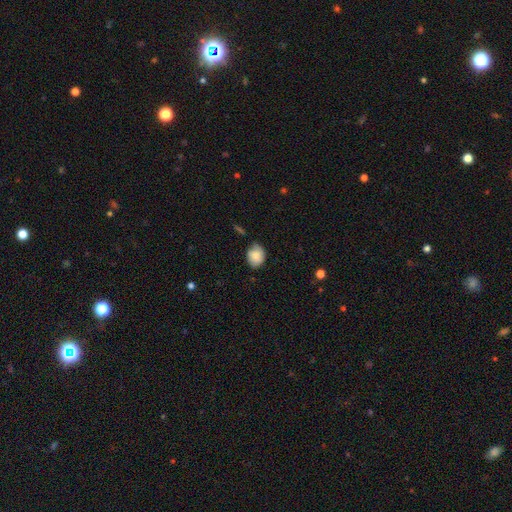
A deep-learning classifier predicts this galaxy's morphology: Overall: smooth (79%). How rounded: in between (55%; round 44%). Merging: none (63%; minor disturbance 29%).